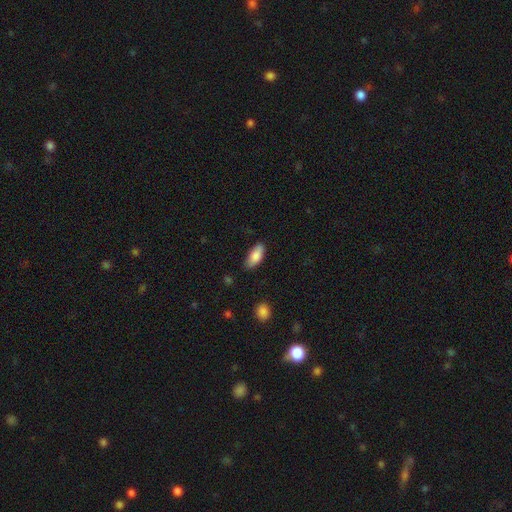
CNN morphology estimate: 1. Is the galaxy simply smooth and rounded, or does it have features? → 85% smooth, 9% featured or disk, 6% star or artifact.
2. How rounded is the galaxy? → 86% in between, 12% cigar-shaped, 2% round.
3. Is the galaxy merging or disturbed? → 81% none, 14% minor disturbance, 3% major disturbance, 1% merger.